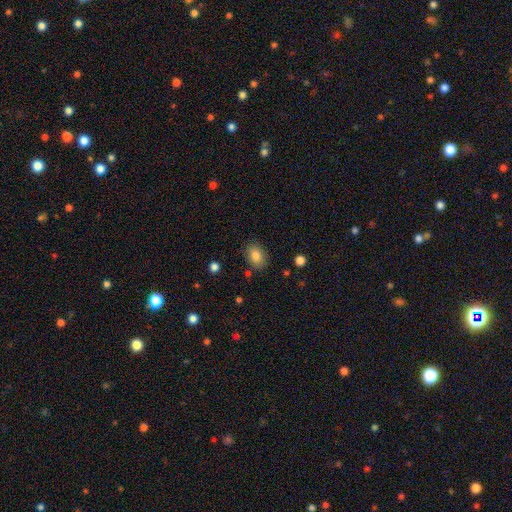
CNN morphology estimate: Q: Smooth or featured?
A: smooth (82%); runner-up: star or artifact (9%)
Q: How rounded?
A: in between (75%); runner-up: round (24%)
Q: Merging?
A: none (84%); runner-up: minor disturbance (11%)